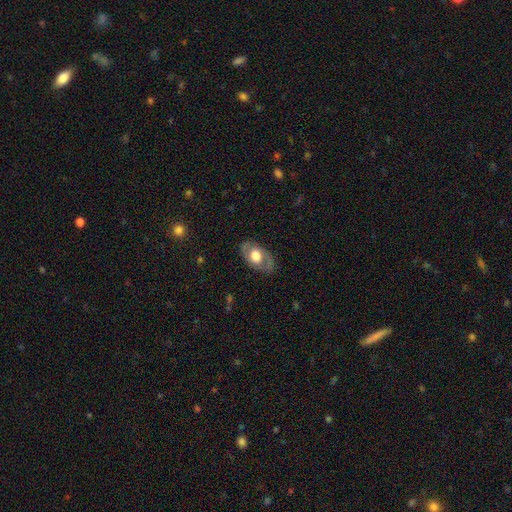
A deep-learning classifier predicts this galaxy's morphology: Smooth or featured: featured or disk — 53% (smooth — 41%)
Edge-on disk: no — 88% (yes — 12%)
Merging: none — 80% (minor disturbance — 14%)